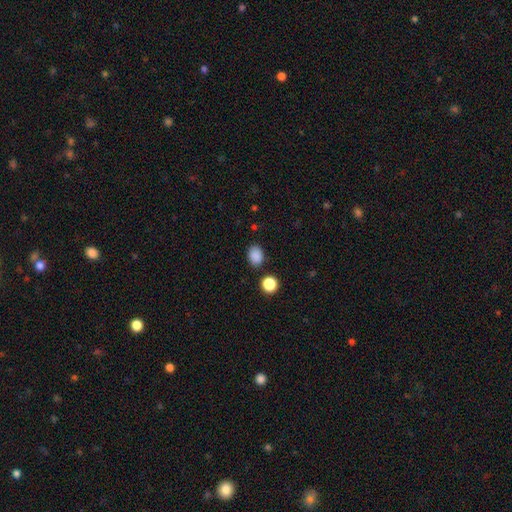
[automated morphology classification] Smooth or featured? Predicted: smooth (p=0.86). How rounded? Predicted: in between (p=0.58). Merging? Predicted: none (p=0.83).